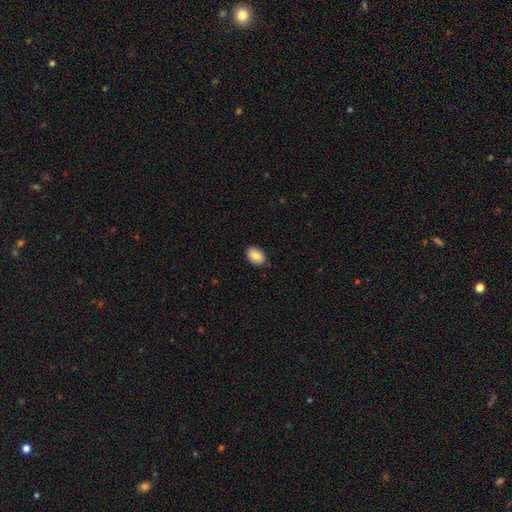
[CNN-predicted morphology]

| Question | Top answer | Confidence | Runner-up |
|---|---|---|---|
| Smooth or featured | smooth | 88% | star or artifact (7%) |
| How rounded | in between | 86% | round (13%) |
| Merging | none | 87% | minor disturbance (10%) |